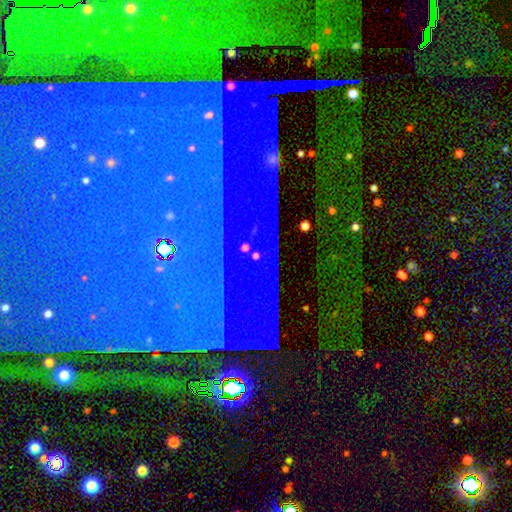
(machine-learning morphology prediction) A star or artifact, not a galaxy (82%).

Vote fractions:
- Smooth or featured? star or artifact: 82% / featured or disk: 10% / smooth: 8%